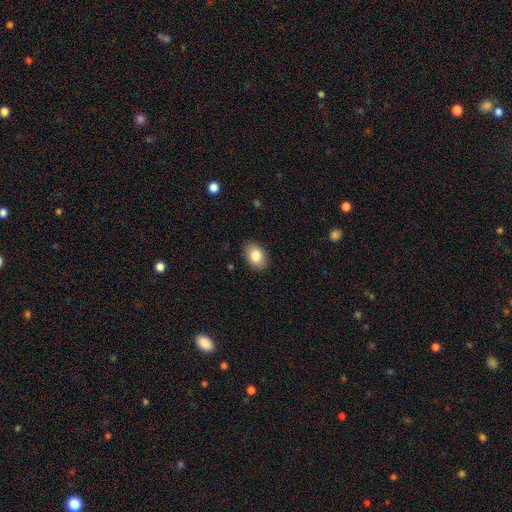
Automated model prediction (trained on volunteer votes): Smooth or featured? Predicted: smooth (p=0.85). How rounded? Predicted: in between (p=0.84). Merging? Predicted: none (p=0.88).